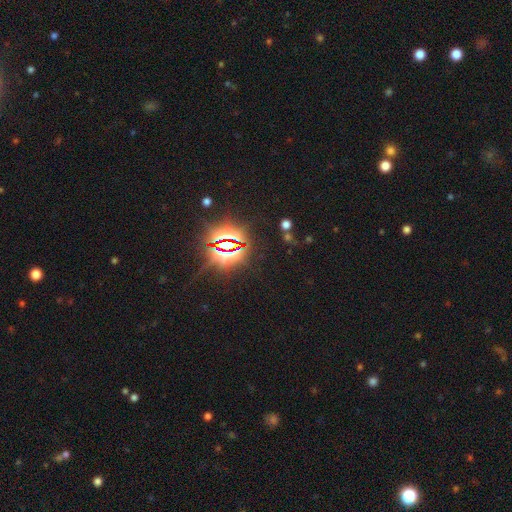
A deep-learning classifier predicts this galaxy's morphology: Q: Smooth or featured?
A: star or artifact (85%); runner-up: smooth (9%)